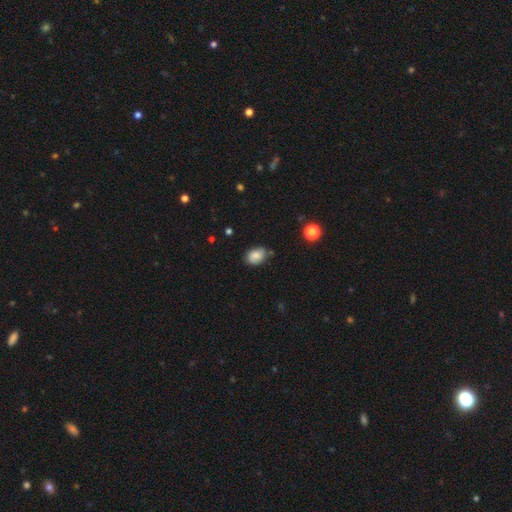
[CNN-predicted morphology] A smooth galaxy with no disk features (73%) that is in between round and cigar-shaped (76%). Merging: none (71%).